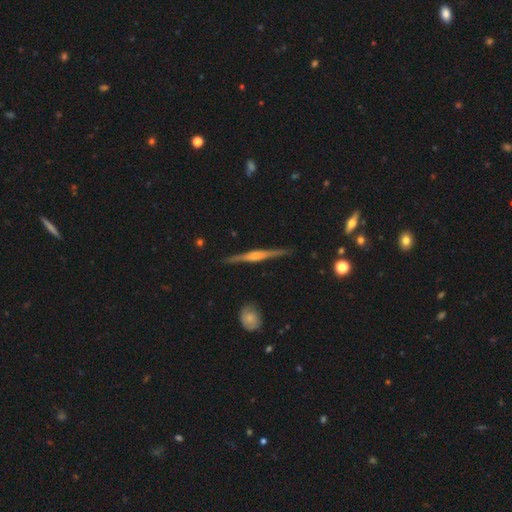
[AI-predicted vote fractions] Morphology: type=featured or disk (79%); edge-on=yes (98%); edge-on bulge=rounded (62%); merging=none (88%).